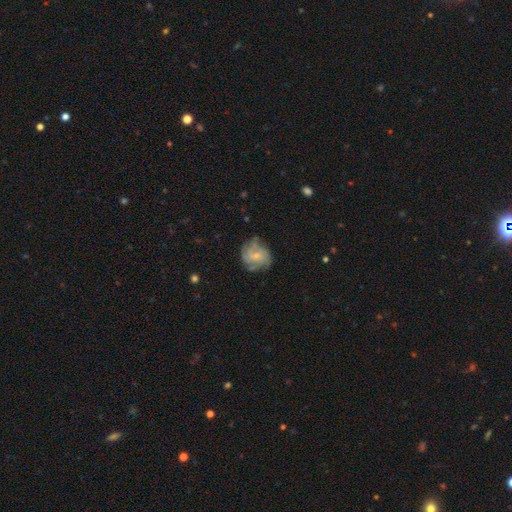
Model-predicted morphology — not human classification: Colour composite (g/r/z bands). It shows a featured or disk galaxy (64%) with no bar (66%), tight (47%) spiral arms (85%) and a small central bulge (66%). Merging: none (63%).